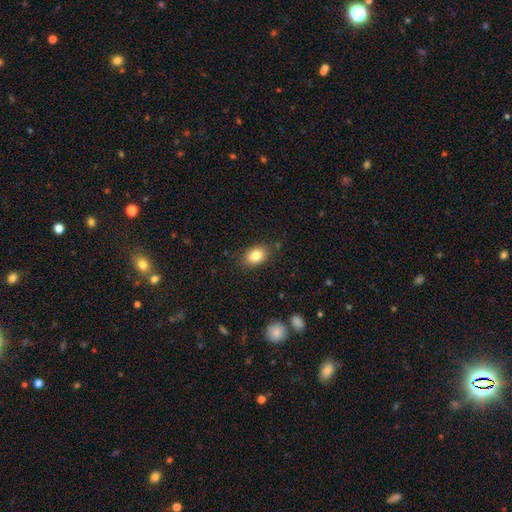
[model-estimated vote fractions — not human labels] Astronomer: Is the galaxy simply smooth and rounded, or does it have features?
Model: smooth — 84%.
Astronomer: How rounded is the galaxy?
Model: in between — 81%.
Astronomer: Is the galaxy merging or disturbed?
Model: none — 84%.